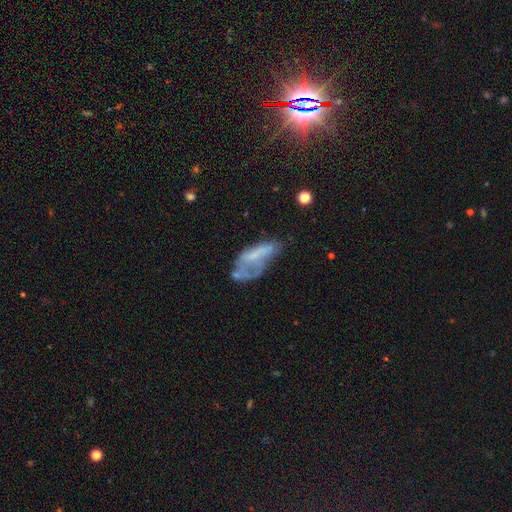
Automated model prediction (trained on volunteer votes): This appears to be a featured or disk galaxy (44%, tied with smooth). Merging: major disturbance (34%).